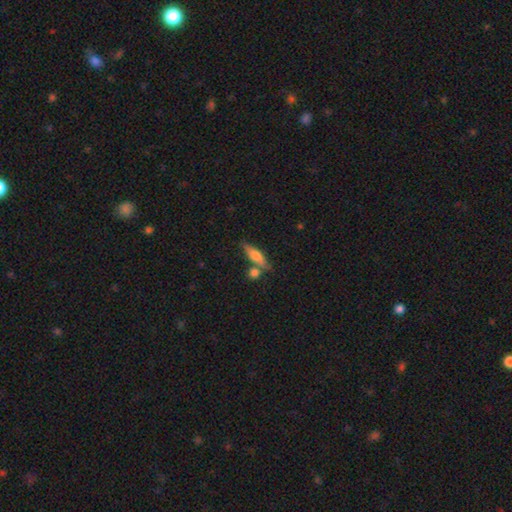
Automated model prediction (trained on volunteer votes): Smooth or featured?
  - smooth: 58% *
  - featured or disk: 35%
  - star or artifact: 7%
How rounded?
  - cigar-shaped: 63% *
  - in between: 33%
  - round: 4%
Merging?
  - none: 65% *
  - merger: 18%
  - minor disturbance: 13%
  - major disturbance: 4%